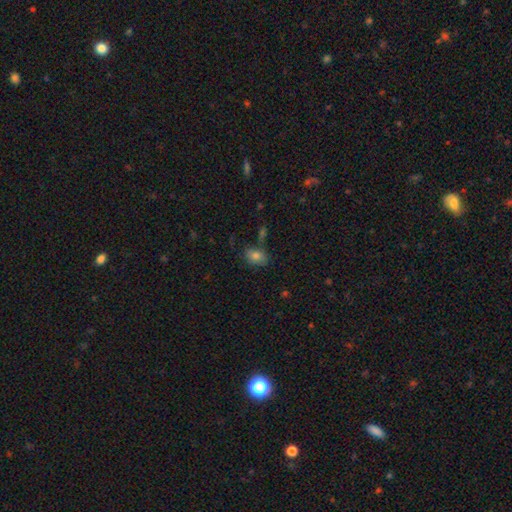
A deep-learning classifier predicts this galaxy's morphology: This is clearly a smooth galaxy (81%). How rounded: clearly in between (82%). Merging: likely none (69%).